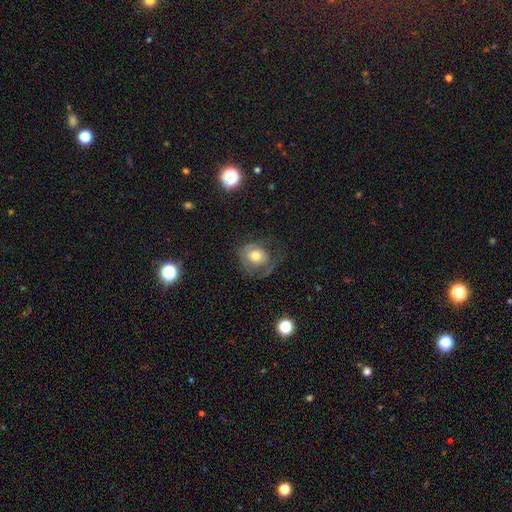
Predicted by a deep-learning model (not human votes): smooth_or_featured: smooth (p=0.57) [alt: featured or disk p=0.33]
how_rounded: round (p=0.69) [alt: in between p=0.30]
merging: none (p=0.47) [alt: major disturbance p=0.28]